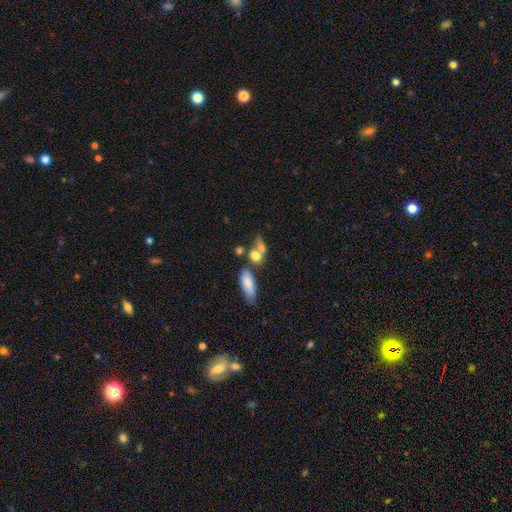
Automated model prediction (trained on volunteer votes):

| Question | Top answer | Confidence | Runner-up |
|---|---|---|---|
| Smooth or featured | smooth | 73% | featured or disk (15%) |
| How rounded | in between | 54% | round (36%) |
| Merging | merger | 42% | none (37%) |